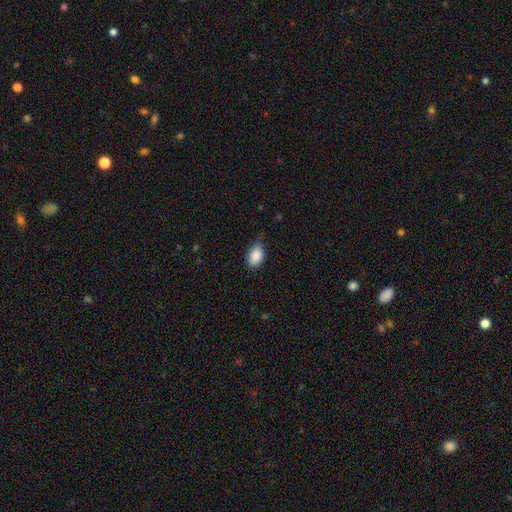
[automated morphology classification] type=smooth (89%); roundness=in between (89%); merging=none (67%).